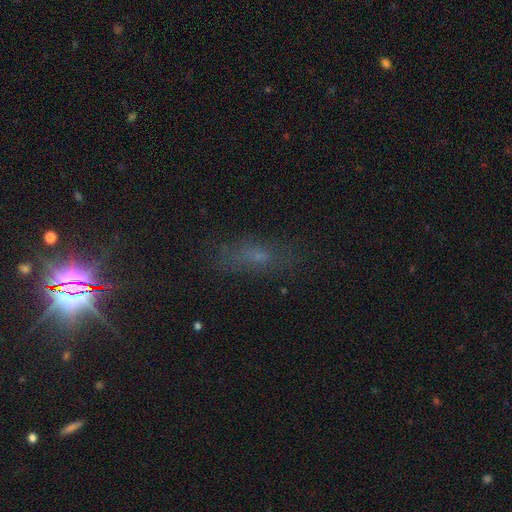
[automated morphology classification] smooth 50%, star or artifact 28%, featured or disk 22%. Down the decision tree: merging — none (69%).